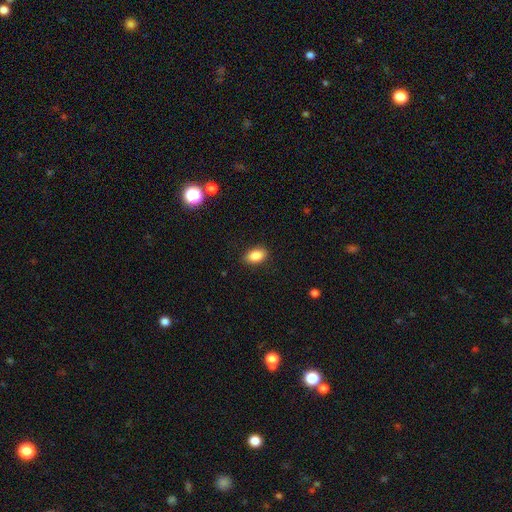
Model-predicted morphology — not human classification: Smooth or featured?
  - smooth: 86% *
  - star or artifact: 8%
  - featured or disk: 6%
How rounded?
  - in between: 89% *
  - round: 8%
  - cigar-shaped: 3%
Merging?
  - none: 87% *
  - minor disturbance: 10%
  - major disturbance: 2%
  - merger: 1%